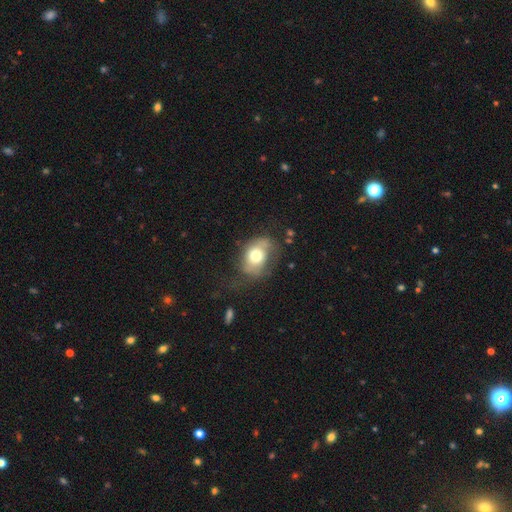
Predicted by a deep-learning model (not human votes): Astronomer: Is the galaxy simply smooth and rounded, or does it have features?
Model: smooth — 62%.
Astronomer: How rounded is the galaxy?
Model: in between — 65%.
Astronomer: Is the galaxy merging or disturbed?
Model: none — 45% (runner-up: minor disturbance, 30%).